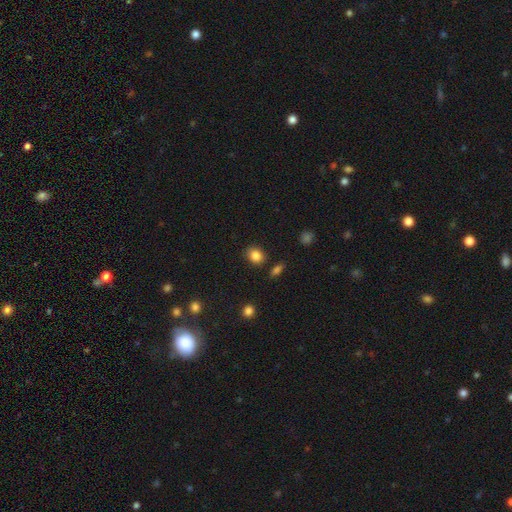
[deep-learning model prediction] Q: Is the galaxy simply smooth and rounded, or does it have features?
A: smooth — 85%.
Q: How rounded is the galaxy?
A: round — 58%.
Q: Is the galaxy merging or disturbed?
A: none — 84%.